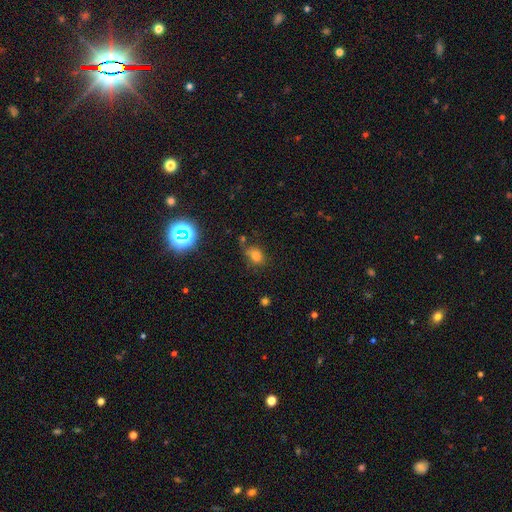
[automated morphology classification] A smooth galaxy with no disk features (72%) that is in between round and cigar-shaped (51%).

Vote fractions:
- Smooth or featured? smooth: 72% / star or artifact: 19% / featured or disk: 9%
- How rounded? in between: 51% / round: 48% / cigar-shaped: 1%
- Merging? none: 62% / minor disturbance: 22% / merger: 8% / major disturbance: 8%